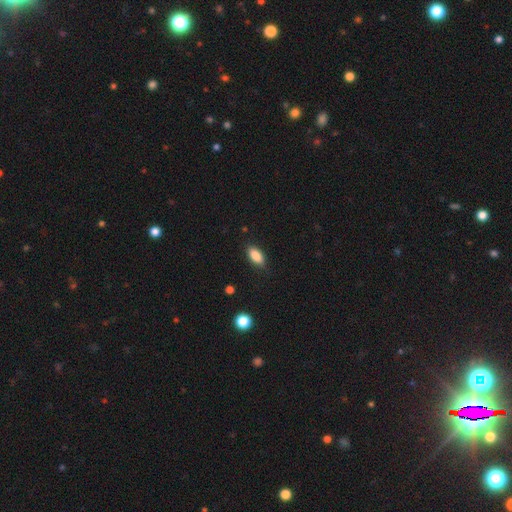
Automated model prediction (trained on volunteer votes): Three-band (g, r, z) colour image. It shows a smooth galaxy with no disk features (86%) that is in between round and cigar-shaped (88%). Merging: none (84%).